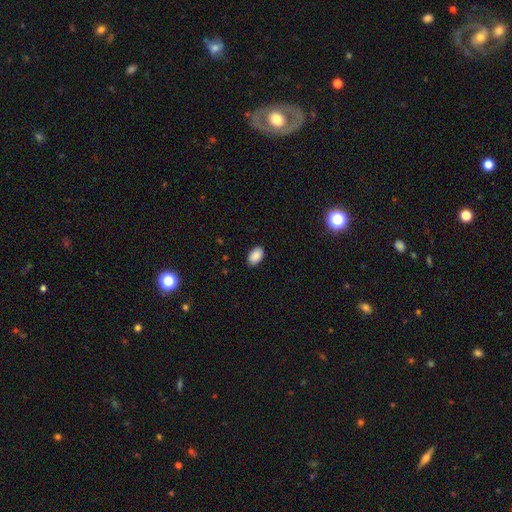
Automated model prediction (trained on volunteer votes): Smooth or featured?
  - smooth: 90% *
  - star or artifact: 7%
  - featured or disk: 3%
How rounded?
  - in between: 90% *
  - round: 9%
  - cigar-shaped: 1%
Merging?
  - none: 87% *
  - minor disturbance: 10%
  - major disturbance: 2%
  - merger: 1%